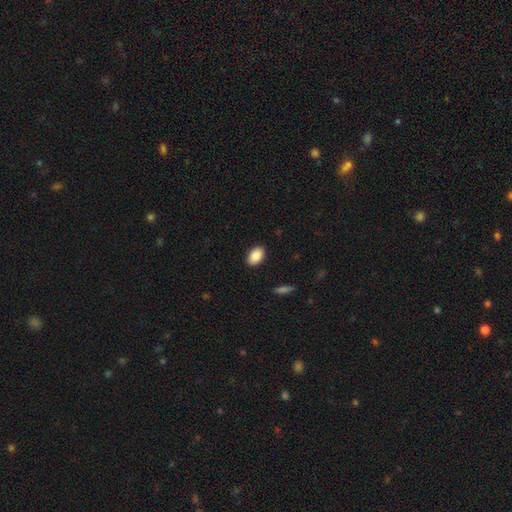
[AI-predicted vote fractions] smooth-or-featured: smooth: 87% | star or artifact: 7% | featured or disk: 6%
  how-rounded: in between: 91% | round: 8% | cigar-shaped: 1%
  merging: none: 90% | minor disturbance: 7% | major disturbance: 2% | merger: 1%